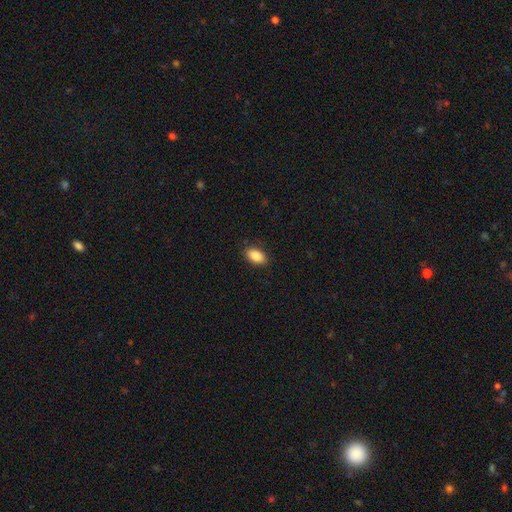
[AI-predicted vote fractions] smooth_or_featured: smooth (p=0.88) [alt: star or artifact p=0.07]
how_rounded: in between (p=0.92) [alt: round p=0.06]
merging: none (p=0.88) [alt: minor disturbance p=0.09]